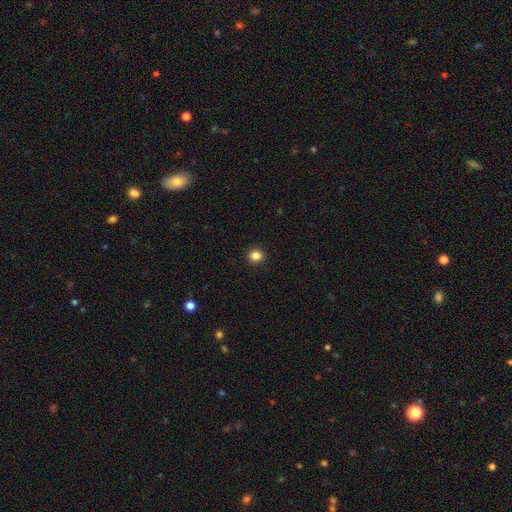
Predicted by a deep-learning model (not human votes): Morphology: type=smooth (85%); roundness=round (89%); merging=none (93%).